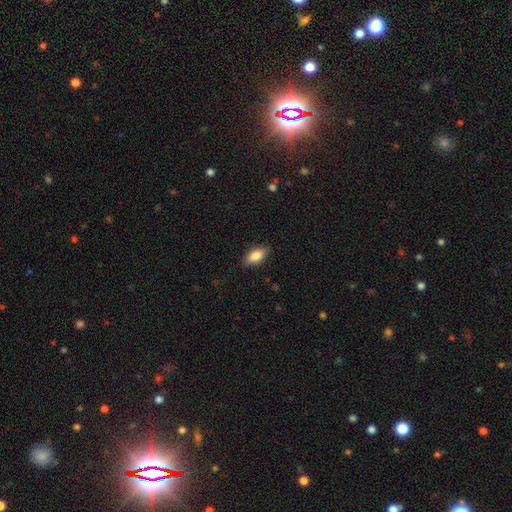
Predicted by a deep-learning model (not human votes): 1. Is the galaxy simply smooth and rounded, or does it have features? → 84% smooth, 9% featured or disk, 7% star or artifact.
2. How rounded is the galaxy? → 89% in between, 8% cigar-shaped, 4% round.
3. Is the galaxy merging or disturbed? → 83% none, 13% minor disturbance, 3% major disturbance, 1% merger.